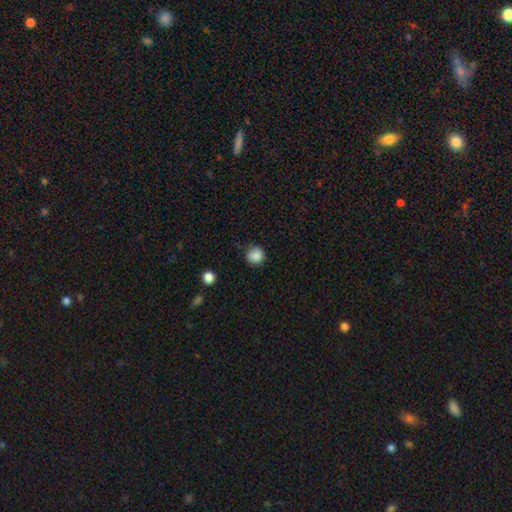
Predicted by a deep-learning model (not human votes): The model was most divided on "merging": none: 76%, minor disturbance: 18%, major disturbance: 4%, merger: 2%. More confident: how rounded — round (89%); smooth or featured — smooth (86%).